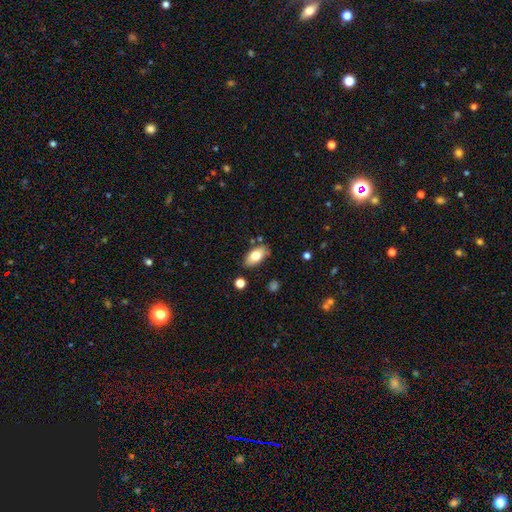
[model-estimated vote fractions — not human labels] Smooth or featured? Predicted: smooth (p=0.76). How rounded? Predicted: in between (p=0.91). Merging? Predicted: none (p=0.81).